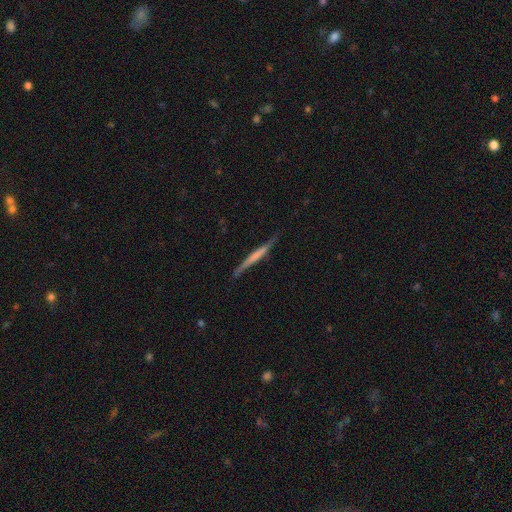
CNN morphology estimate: smooth-or-featured: featured or disk: 53% | smooth: 42% | star or artifact: 5%
  disk-edge-on: yes: 94% | no: 6%
  merging: none: 80% | minor disturbance: 16% | major disturbance: 3% | merger: 2%